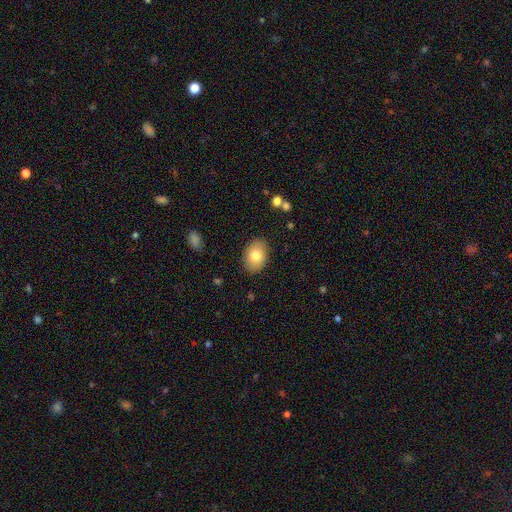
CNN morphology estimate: Smooth or featured? smooth (78%)
How rounded? in between (80%)
Merging? none (87%)